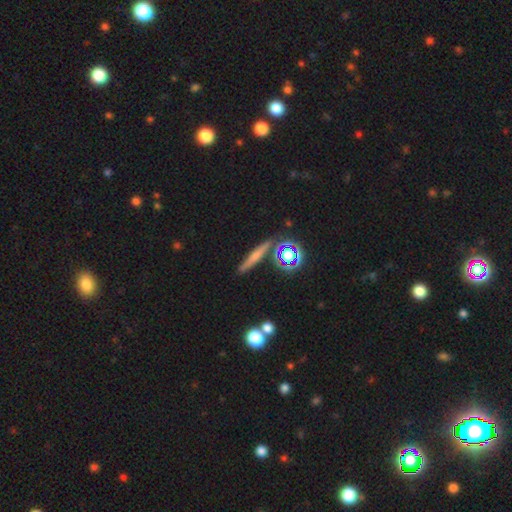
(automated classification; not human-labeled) This appears to be a smooth galaxy with no disk features (49%). Merging: none (83%).